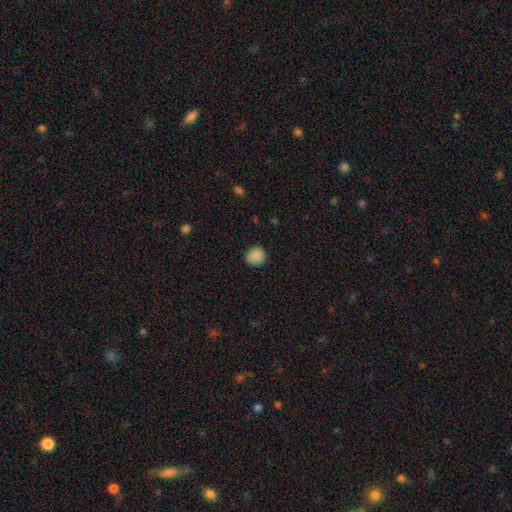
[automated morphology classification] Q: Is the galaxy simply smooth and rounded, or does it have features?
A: smooth — 88%.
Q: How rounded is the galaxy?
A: round — 86%.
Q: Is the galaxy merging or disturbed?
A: none — 88%.